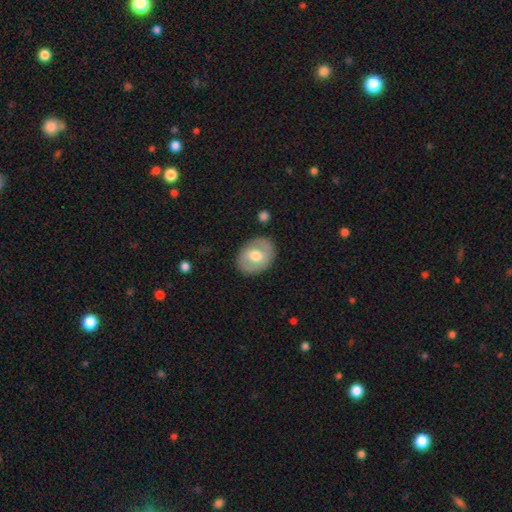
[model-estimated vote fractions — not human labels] Smooth or featured?
  - smooth: 51% *
  - featured or disk: 43%
  - star or artifact: 6%
How rounded?
  - in between: 58% *
  - round: 41%
  - cigar-shaped: 1%
Merging?
  - none: 83% *
  - minor disturbance: 12%
  - major disturbance: 4%
  - merger: 1%